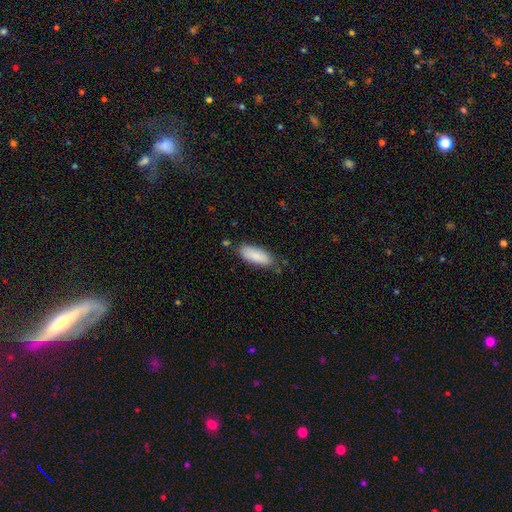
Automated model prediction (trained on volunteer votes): Morphology: type=smooth (88%); roundness=in between (73%); merging=none (75%).